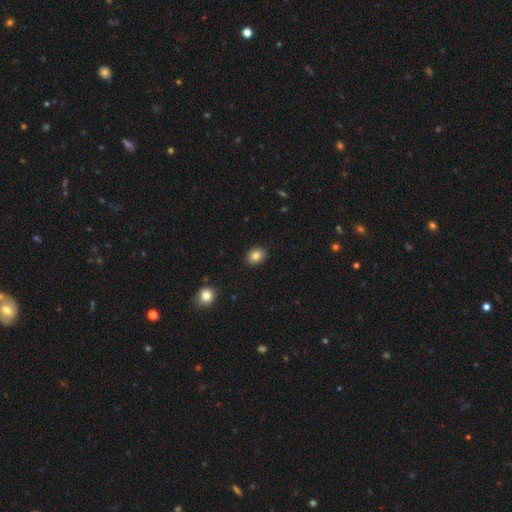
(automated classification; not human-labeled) Smooth or featured? Predicted: smooth (p=0.84). How rounded? Predicted: in between (p=0.54). Merging? Predicted: none (p=0.89).